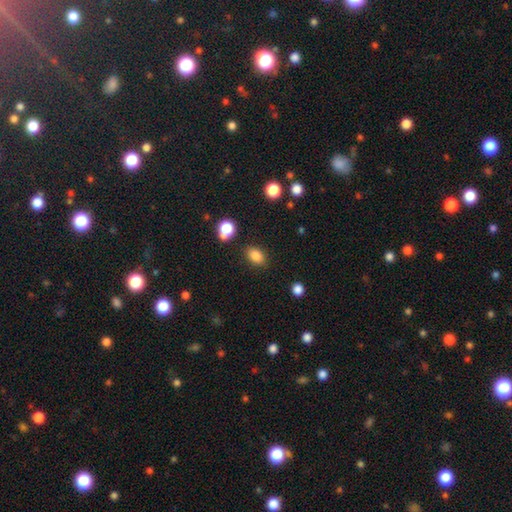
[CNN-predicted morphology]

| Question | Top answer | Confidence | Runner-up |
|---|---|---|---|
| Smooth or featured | smooth | 84% | star or artifact (11%) |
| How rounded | in between | 76% | round (22%) |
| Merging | none | 82% | minor disturbance (11%) |